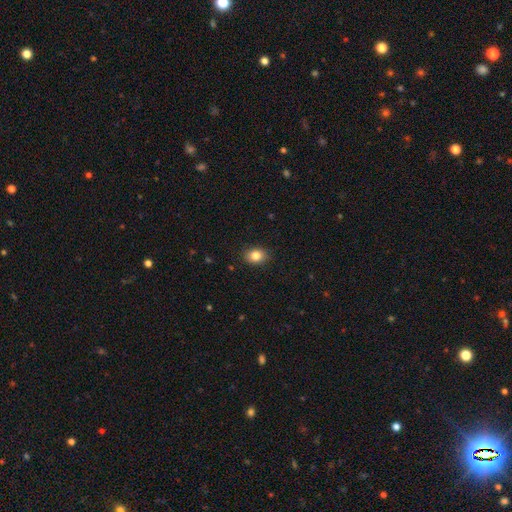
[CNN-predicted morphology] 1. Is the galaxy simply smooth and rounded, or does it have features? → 83% smooth, 10% star or artifact, 7% featured or disk.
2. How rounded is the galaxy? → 62% in between, 37% round, 1% cigar-shaped.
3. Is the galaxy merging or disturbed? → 89% none, 8% minor disturbance, 2% major disturbance, 1% merger.